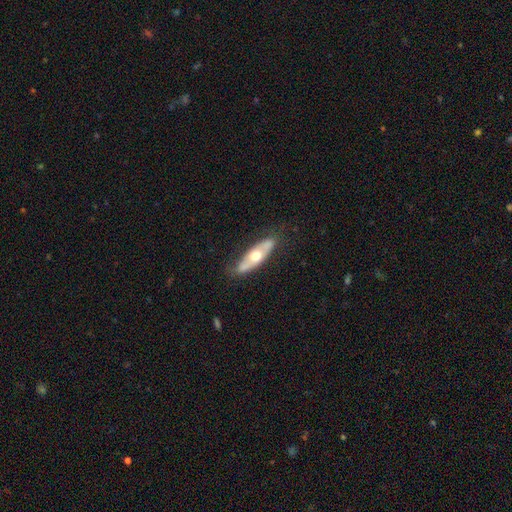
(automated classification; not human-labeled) smooth-or-featured: featured or disk: 53% | smooth: 42% | star or artifact: 5%
  disk-edge-on: no: 56% | yes: 44%
  merging: none: 77% | minor disturbance: 17% | major disturbance: 4% | merger: 2%